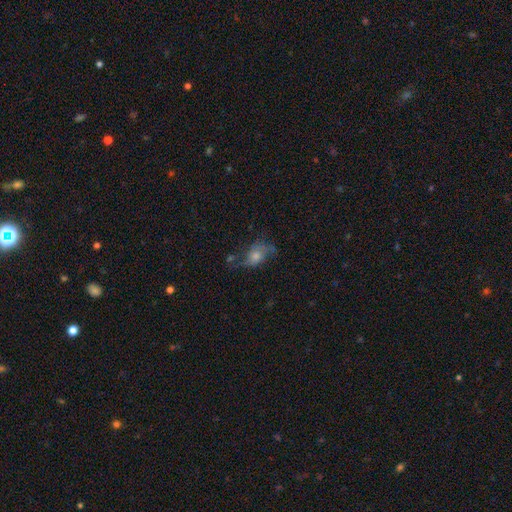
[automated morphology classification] The model was most divided on "smooth or featured": featured or disk: 47%, smooth: 42%, star or artifact: 11%. Remaining: merging — none (41%).